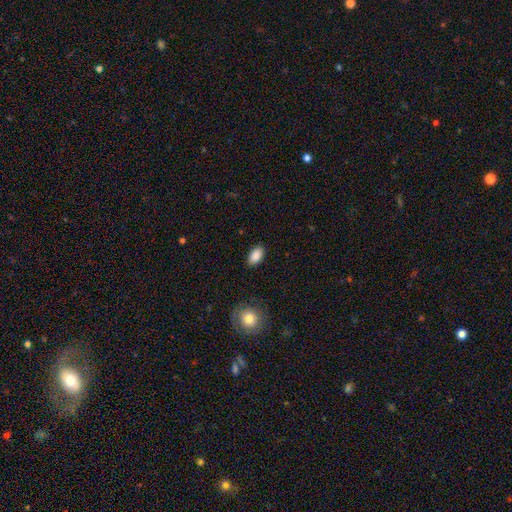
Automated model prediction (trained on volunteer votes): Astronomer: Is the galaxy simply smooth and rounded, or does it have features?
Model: smooth — 88%.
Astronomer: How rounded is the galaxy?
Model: in between — 92%.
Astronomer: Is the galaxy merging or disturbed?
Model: none — 87%.